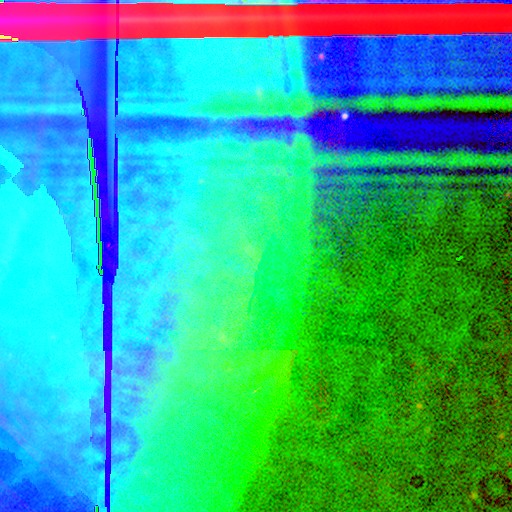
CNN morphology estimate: This appears to be a star or artifact, not a galaxy (81%).